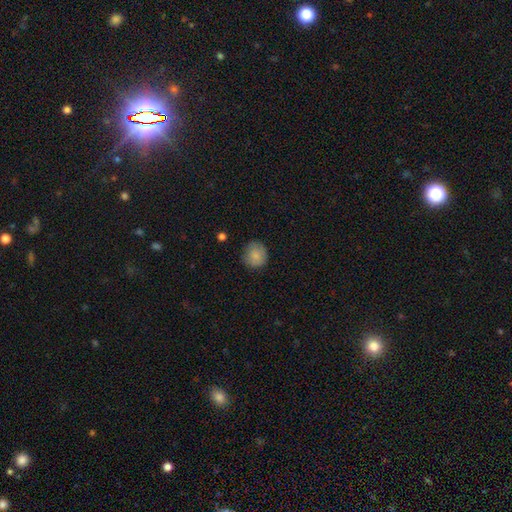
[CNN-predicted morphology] smooth-or-featured: smooth: 83% | featured or disk: 10% | star or artifact: 8%
  how-rounded: round: 88% | in between: 11% | cigar-shaped: 1%
  merging: none: 79% | minor disturbance: 16% | major disturbance: 3% | merger: 1%